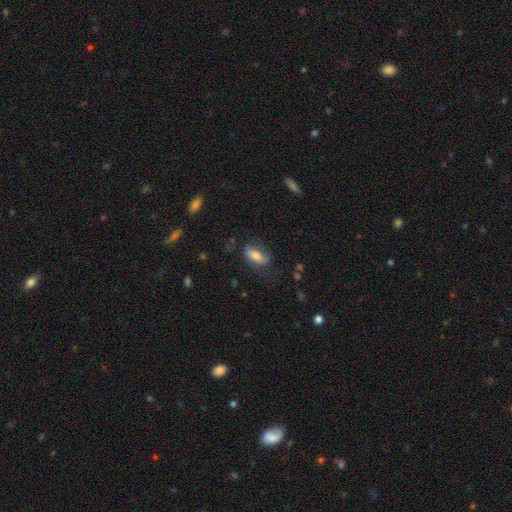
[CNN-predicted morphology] smooth_or_featured: smooth (p=0.66) [alt: featured or disk p=0.26]
how_rounded: in between (p=0.80) [alt: cigar-shaped p=0.15]
merging: none (p=0.63) [alt: minor disturbance p=0.23]